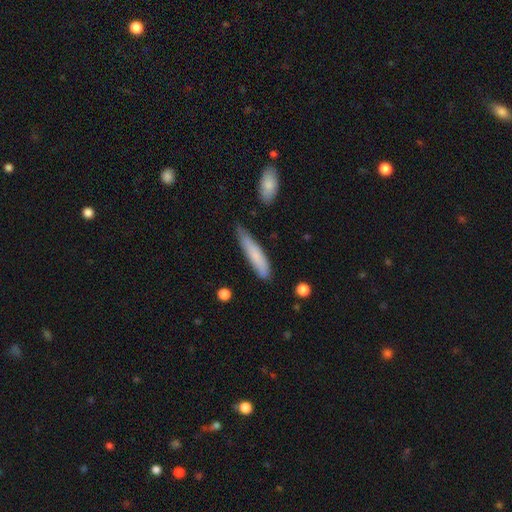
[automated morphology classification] A smooth galaxy with no disk features (77%) that is cigar-shaped (84%).

Vote fractions:
- Smooth or featured? smooth: 77% / featured or disk: 17% / star or artifact: 6%
- How rounded? cigar-shaped: 84% / in between: 15% / round: 1%
- Merging? none: 64% / minor disturbance: 28% / major disturbance: 5% / merger: 3%